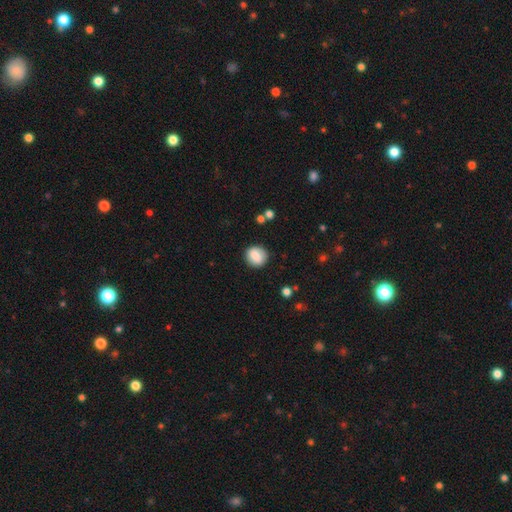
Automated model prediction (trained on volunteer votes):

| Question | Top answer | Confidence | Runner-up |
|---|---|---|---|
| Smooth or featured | smooth | 79% | featured or disk (13%) |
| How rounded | round | 79% | in between (20%) |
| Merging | none | 85% | minor disturbance (11%) |